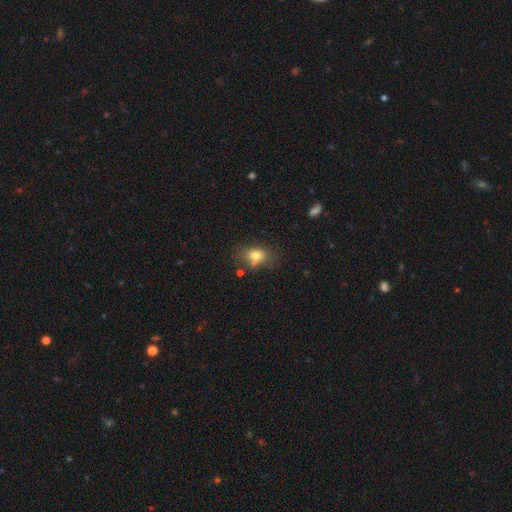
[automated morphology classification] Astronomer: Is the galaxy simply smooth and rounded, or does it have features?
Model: smooth — 76%.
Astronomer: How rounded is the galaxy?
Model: in between — 72%.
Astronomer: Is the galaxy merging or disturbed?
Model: none — 54%.